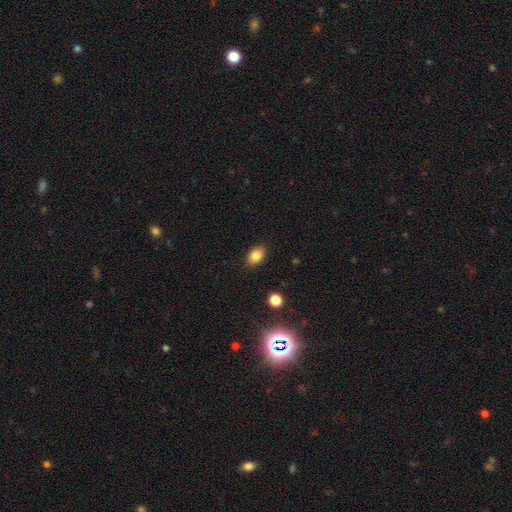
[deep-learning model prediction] Morphology: type=smooth (83%); roundness=in between (78%); merging=none (86%).